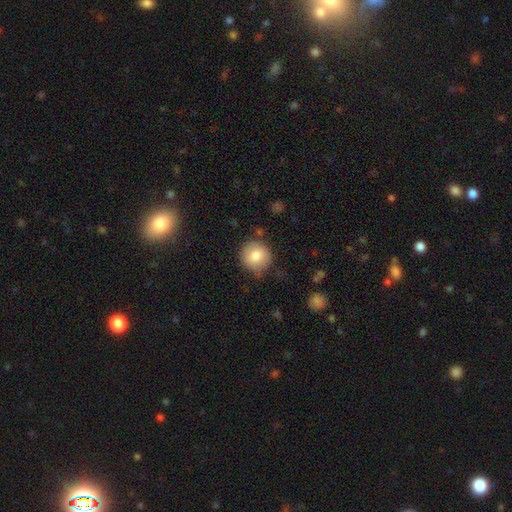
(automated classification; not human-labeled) Q: Smooth or featured?
A: smooth (82%); runner-up: featured or disk (10%)
Q: How rounded?
A: round (93%); runner-up: in between (6%)
Q: Merging?
A: none (79%); runner-up: minor disturbance (15%)